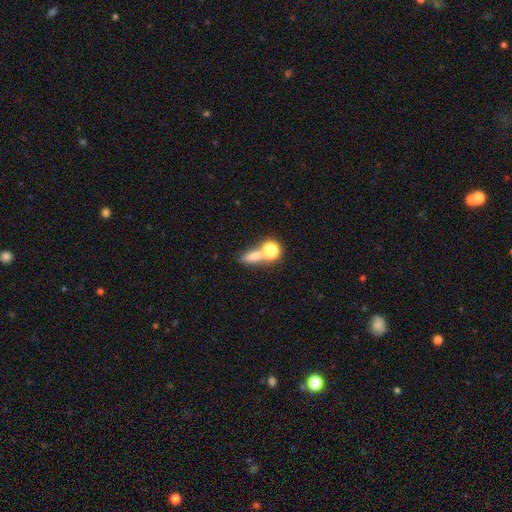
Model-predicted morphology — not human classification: A smooth galaxy with no disk features (68%) that is in between round and cigar-shaped (44%). Merging: none (45%).